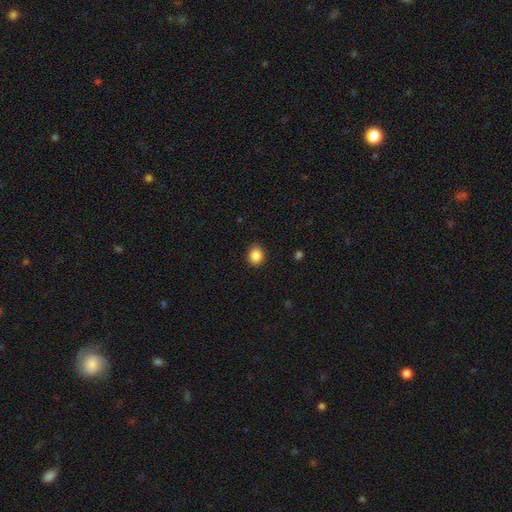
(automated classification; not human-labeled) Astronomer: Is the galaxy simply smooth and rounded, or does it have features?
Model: smooth — 88%.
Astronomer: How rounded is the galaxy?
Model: round — 69%.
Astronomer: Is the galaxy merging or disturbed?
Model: none — 88%.